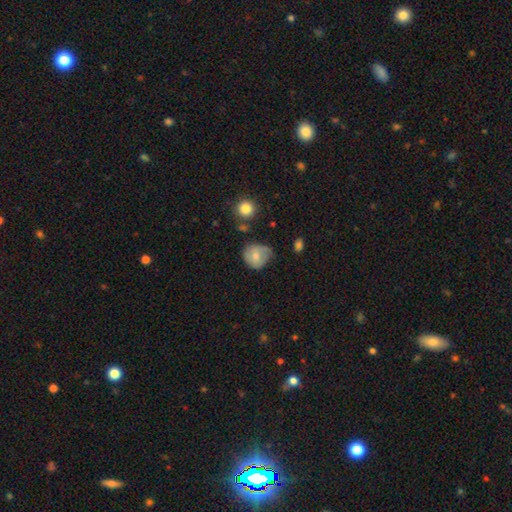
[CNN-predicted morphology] A smooth galaxy with no disk features (68%) that is round (74%).

Vote fractions:
- Smooth or featured? smooth: 68% / featured or disk: 24% / star or artifact: 8%
- How rounded? round: 74% / in between: 25% / cigar-shaped: 1%
- Merging? none: 49% / minor disturbance: 36% / major disturbance: 12% / merger: 3%